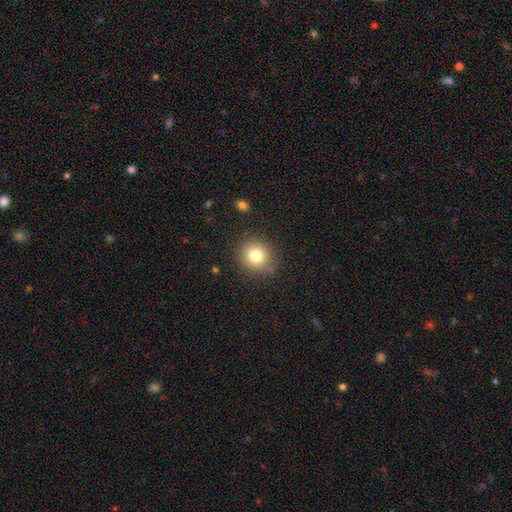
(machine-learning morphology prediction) Smooth or featured? smooth (79%)
How rounded? round (86%)
Merging? none (83%)